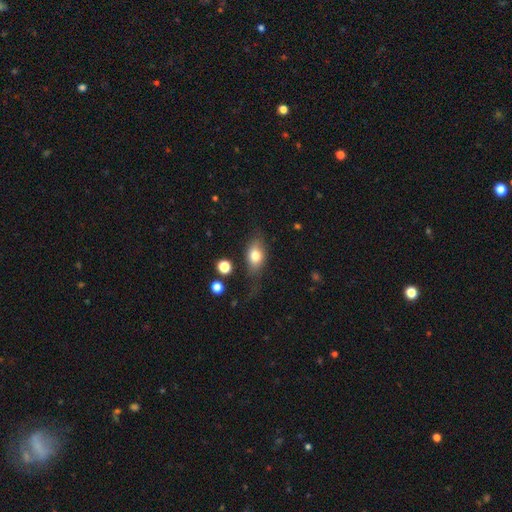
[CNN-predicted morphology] Overall: smooth (75%). How rounded: in between (80%). Merging: none (63%; minor disturbance 23%).